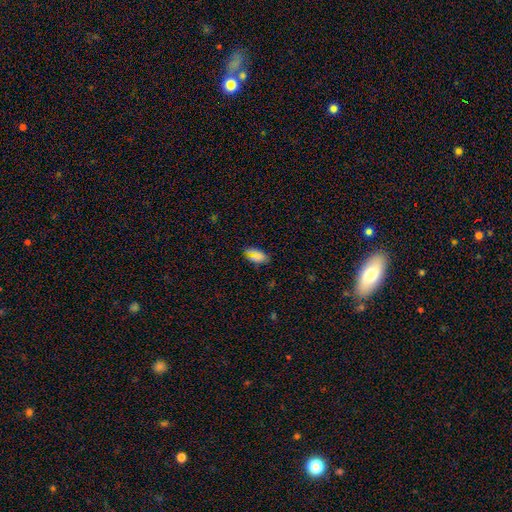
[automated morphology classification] smooth-or-featured: smooth: 71% | star or artifact: 21% | featured or disk: 8%
  how-rounded: in between: 90% | cigar-shaped: 5% | round: 5%
  merging: none: 76% | minor disturbance: 17% | major disturbance: 5% | merger: 3%